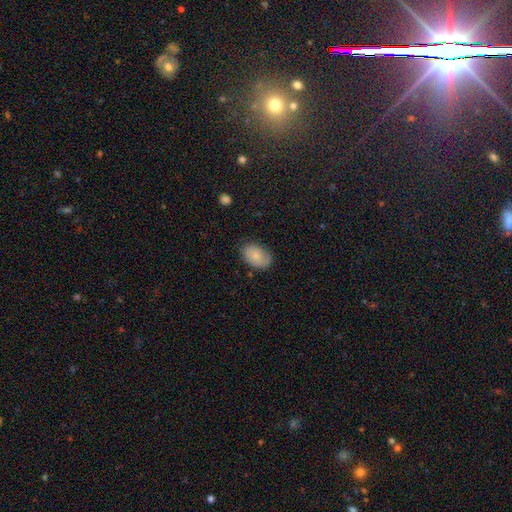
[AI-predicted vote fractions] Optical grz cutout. It shows a smooth galaxy with no disk features (75%) that is in between round and cigar-shaped (86%). Merging: none (73%).